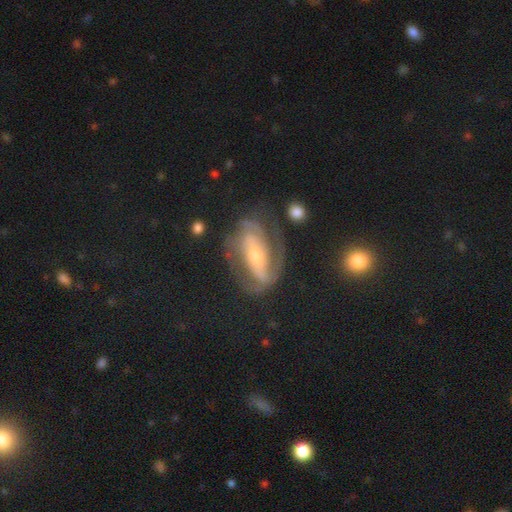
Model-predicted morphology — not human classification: Smooth or featured?
  - featured or disk: 83% *
  - smooth: 10%
  - star or artifact: 7%
Edge-on disk?
  - no: 95% *
  - yes: 5%
Bar?
  - strong: 47% *
  - weak: 28%
  - no: 25%
Spiral arms?
  - yes: 92% *
  - no: 8%
Spiral winding?
  - medium: 44% *
  - tight: 40%
  - loose: 16%
Spiral arm count?
  - 2: 81% *
  - can't tell: 8%
  - 1: 4%
  - 3: 4%
  - 4: 2%
  - more than 4: 2%
Bulge size?
  - small: 51% *
  - moderate: 41%
  - large: 5%
  - none: 2%
  - dominant: 1%
Merging?
  - none: 67% *
  - minor disturbance: 17%
  - major disturbance: 14%
  - merger: 2%